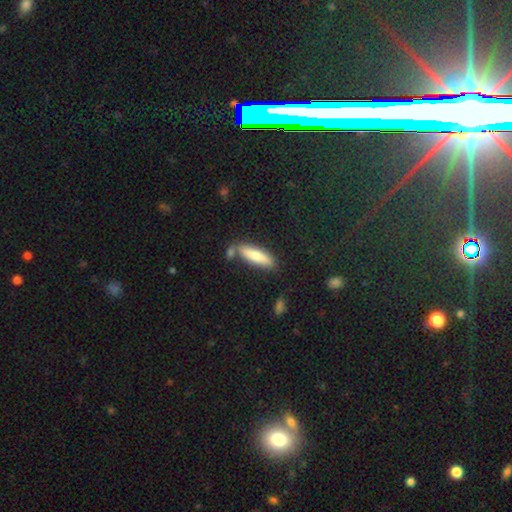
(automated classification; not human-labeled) A smooth galaxy with no disk features (73%) that is cigar-shaped (68%). Merging: none (74%).